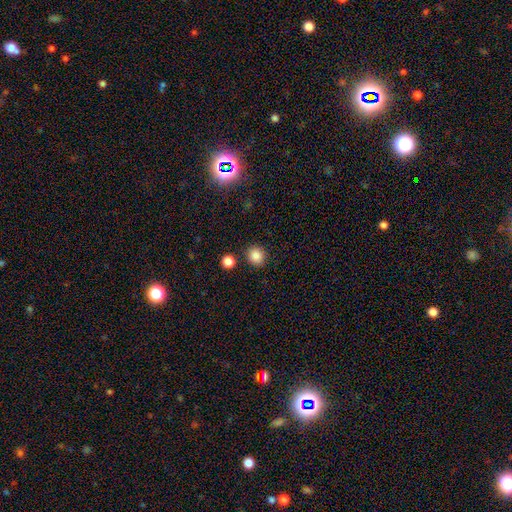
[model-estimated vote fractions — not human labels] Overall: smooth (85%). How rounded: round (88%). Merging: none (88%).